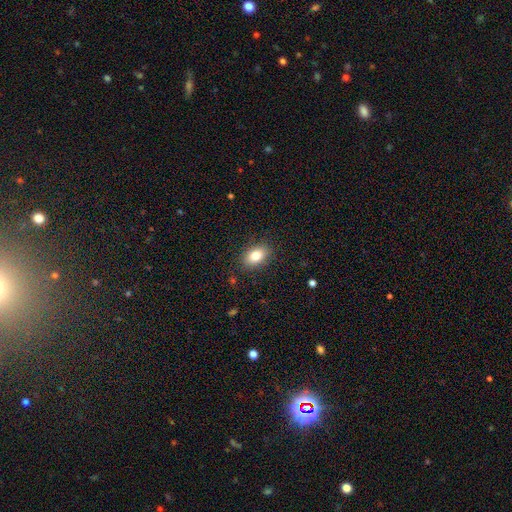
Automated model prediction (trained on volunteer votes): A smooth galaxy with no disk features (81%) that is in between round and cigar-shaped (85%).

Vote fractions:
- Smooth or featured? smooth: 81% / featured or disk: 10% / star or artifact: 9%
- How rounded? in between: 85% / round: 13% / cigar-shaped: 2%
- Merging? none: 87% / minor disturbance: 10% / major disturbance: 3% / merger: 1%